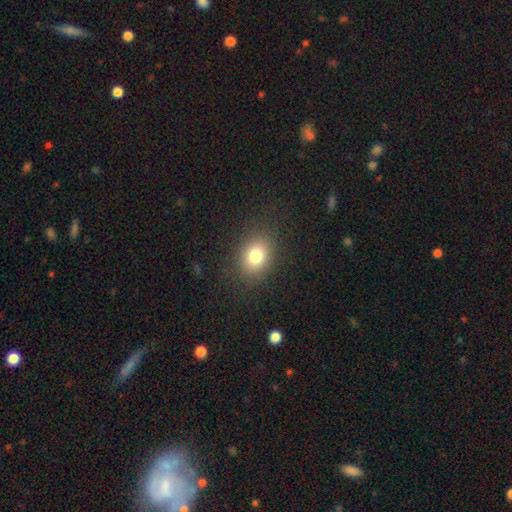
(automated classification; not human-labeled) This is likely a smooth galaxy (78%). How rounded: possibly in between (56%). Merging: clearly none (85%).